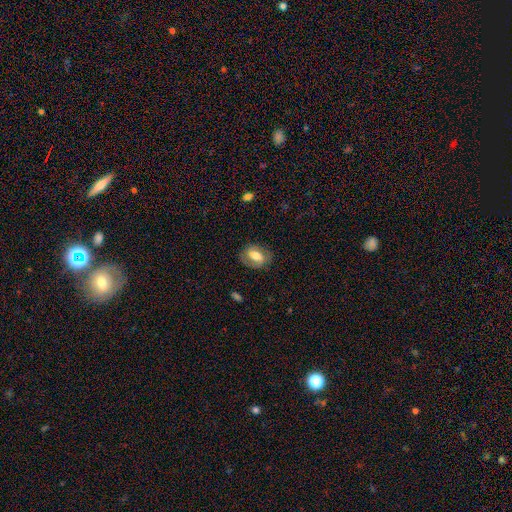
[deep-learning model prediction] The model was most divided on "smooth or featured": smooth: 49%, featured or disk: 43%, star or artifact: 7%. More confident: merging — none (73%).